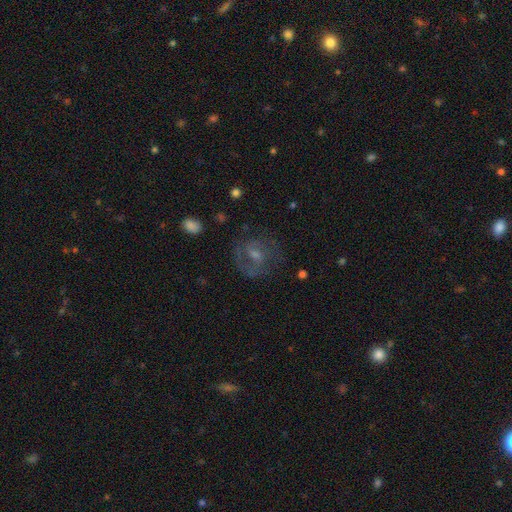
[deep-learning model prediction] Smooth or featured? Predicted: featured or disk (p=0.65). Edge-on disk? Predicted: no (p=0.97). Bar? Predicted: weak (p=0.49). Spiral arms? Predicted: yes (p=0.75). Bulge size? Predicted: small (p=0.44). Merging? Predicted: none (p=0.64).